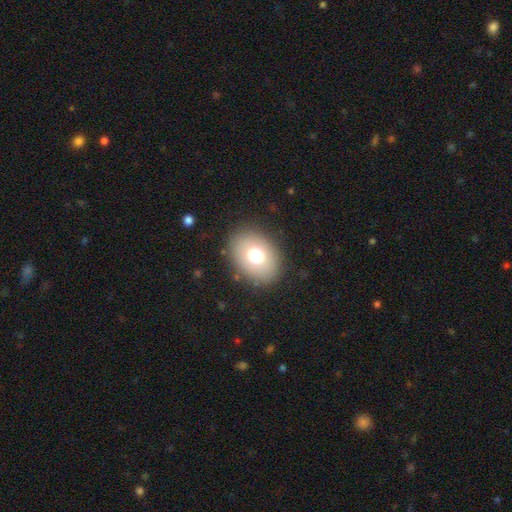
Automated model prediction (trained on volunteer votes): A smooth galaxy with no disk features (71%) that is in between round and cigar-shaped (65%). Merging: none (86%).